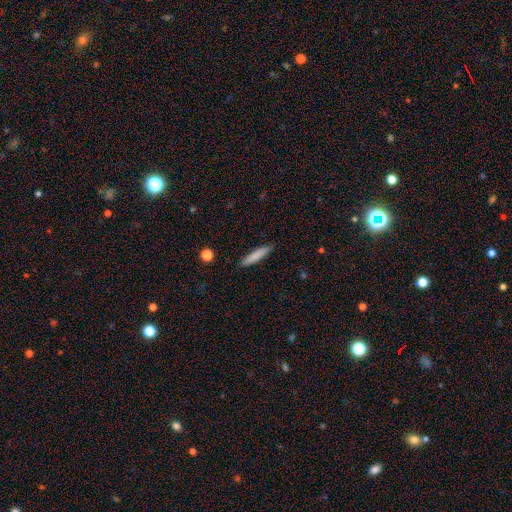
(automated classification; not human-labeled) A smooth galaxy with no disk features (80%) that is cigar-shaped (89%).

Vote fractions:
- Smooth or featured? smooth: 80% / featured or disk: 14% / star or artifact: 6%
- How rounded? cigar-shaped: 89% / in between: 10% / round: 1%
- Merging? none: 89% / minor disturbance: 8% / major disturbance: 2% / merger: 1%